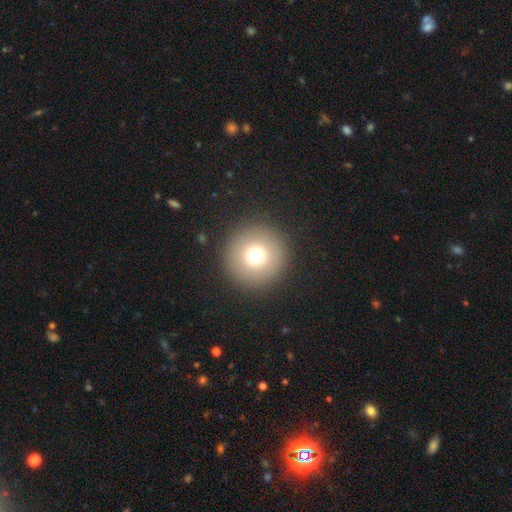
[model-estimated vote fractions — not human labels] Q: Smooth or featured?
A: smooth (73%); runner-up: star or artifact (15%)
Q: How rounded?
A: round (97%); runner-up: in between (2%)
Q: Merging?
A: none (91%); runner-up: minor disturbance (5%)